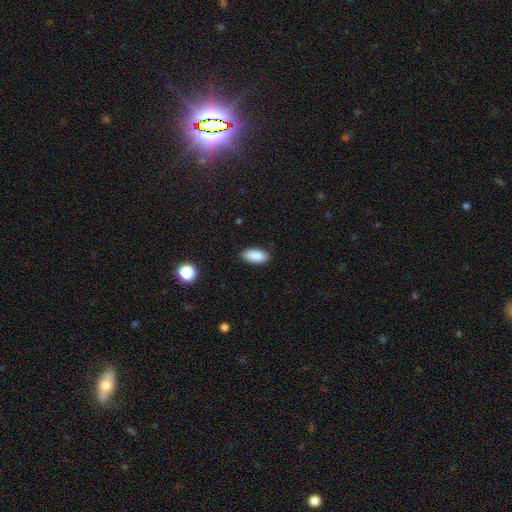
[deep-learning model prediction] Smooth or featured? smooth (89%)
How rounded? in between (90%)
Merging? none (86%)